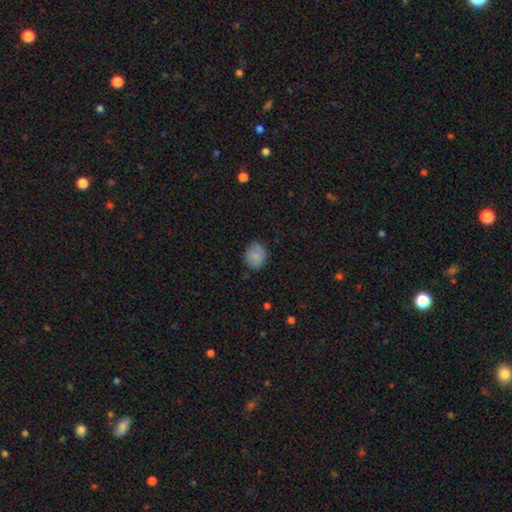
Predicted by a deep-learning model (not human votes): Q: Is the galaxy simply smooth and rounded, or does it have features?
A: smooth — 84%.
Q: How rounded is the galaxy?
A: round — 66%.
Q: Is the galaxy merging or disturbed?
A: none — 80%.